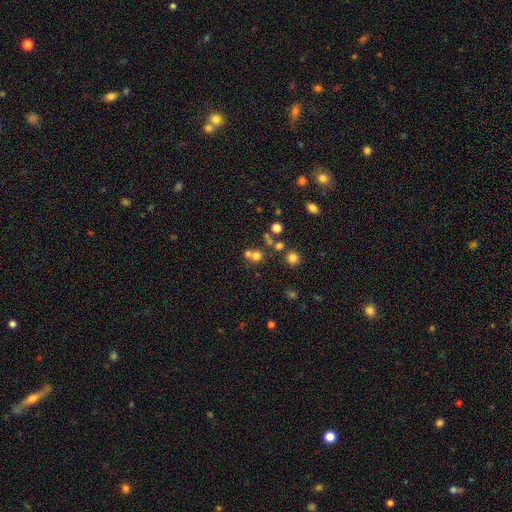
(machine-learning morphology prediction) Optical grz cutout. It shows a smooth galaxy with no disk features (64%) that is round (87%). Merging: none (50%).